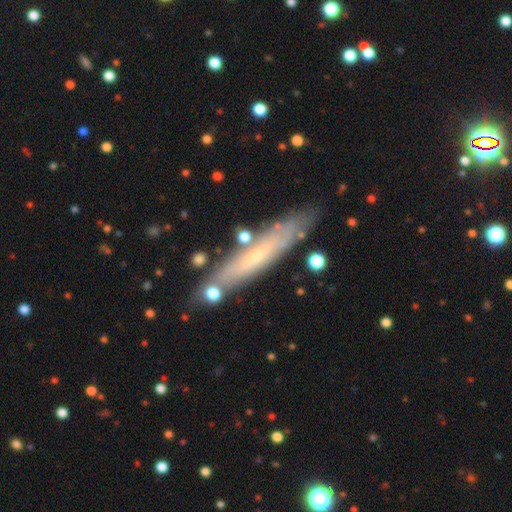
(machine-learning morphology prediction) type=featured or disk (47%); merging=none (80%).